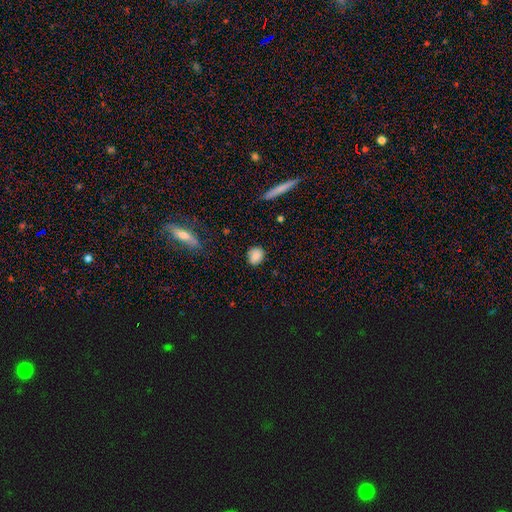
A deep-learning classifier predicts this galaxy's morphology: A smooth galaxy with no disk features (84%) that is round (67%). Merging: none (82%).